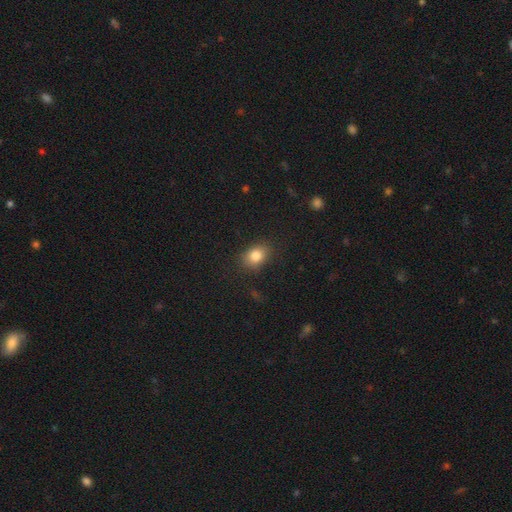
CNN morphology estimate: smooth 83%, star or artifact 10%, featured or disk 7%. Down the decision tree: how rounded — in between (67%); merging — none (84%).